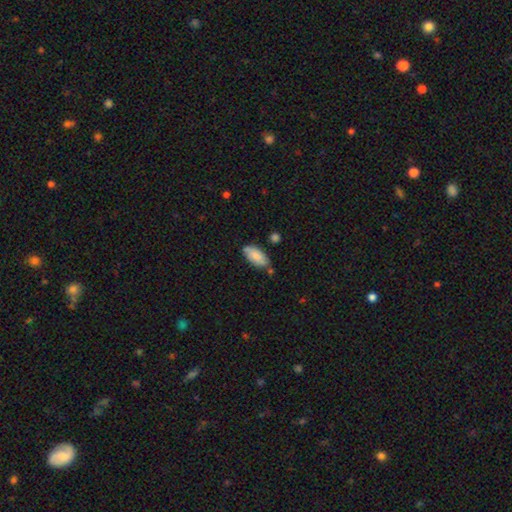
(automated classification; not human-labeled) The model was most divided on "merging": none: 69%, minor disturbance: 21%, merger: 7%, major disturbance: 4%. More confident: how rounded — in between (89%); smooth or featured — smooth (79%).